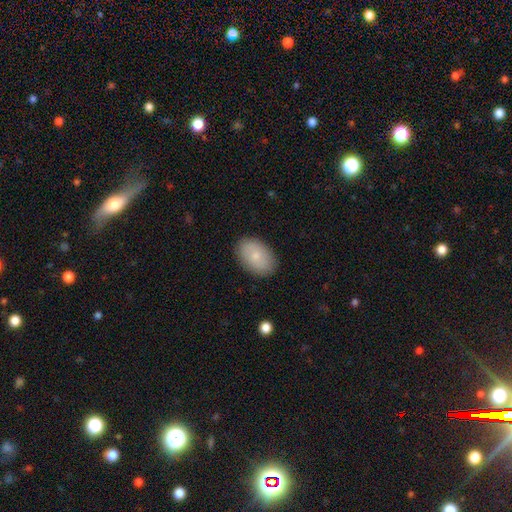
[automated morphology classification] This is likely a smooth galaxy (77%). How rounded: clearly in between (90%). Merging: clearly none (87%).